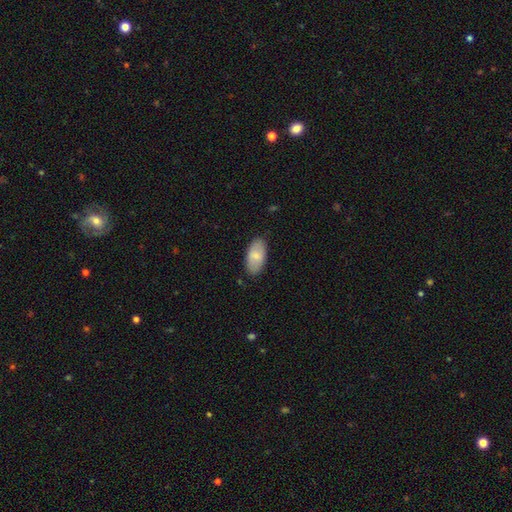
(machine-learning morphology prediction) A smooth galaxy with no disk features (78%) that is in between round and cigar-shaped (95%). Merging: none (85%).